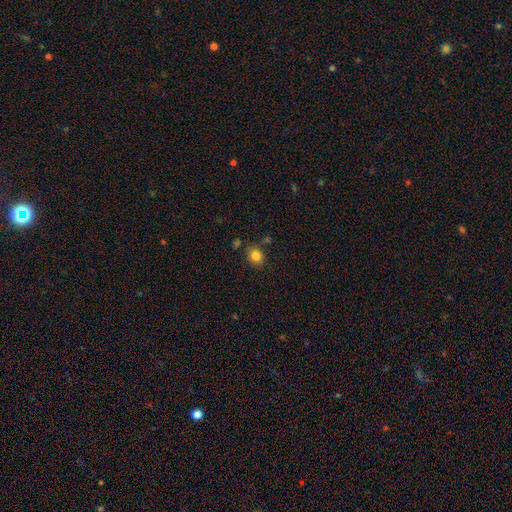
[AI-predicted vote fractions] A smooth galaxy with no disk features (82%) that is round (70%).

Vote fractions:
- Smooth or featured? smooth: 82% / star or artifact: 12% / featured or disk: 6%
- How rounded? round: 70% / in between: 29% / cigar-shaped: 1%
- Merging? none: 80% / minor disturbance: 12% / merger: 5% / major disturbance: 3%